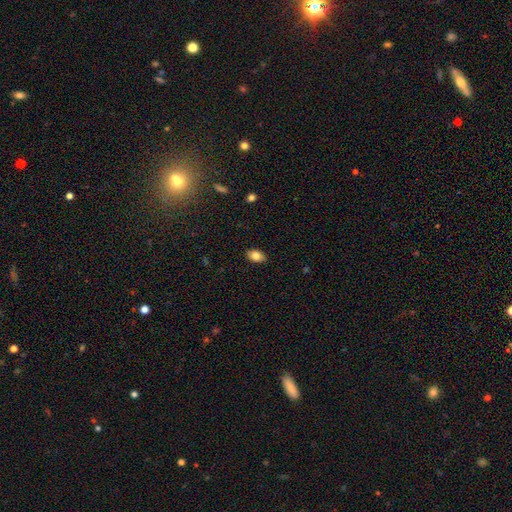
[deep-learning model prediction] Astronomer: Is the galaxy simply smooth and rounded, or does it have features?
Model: smooth — 82%.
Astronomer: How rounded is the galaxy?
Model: in between — 88%.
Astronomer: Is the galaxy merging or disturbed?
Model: none — 87%.